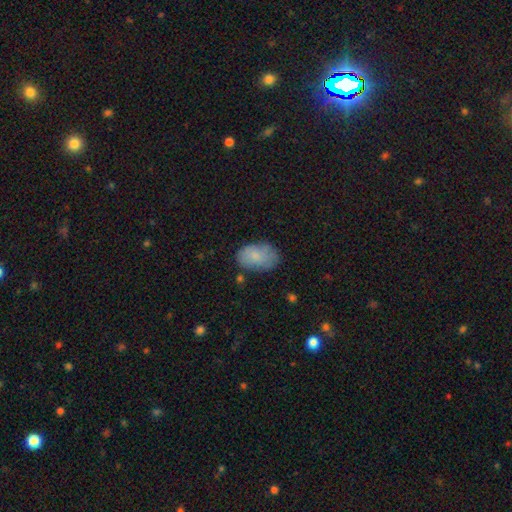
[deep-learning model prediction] Smooth or featured?
  - smooth: 78% *
  - featured or disk: 15%
  - star or artifact: 7%
How rounded?
  - in between: 90% *
  - round: 9%
  - cigar-shaped: 1%
Merging?
  - none: 69% *
  - minor disturbance: 23%
  - major disturbance: 6%
  - merger: 3%